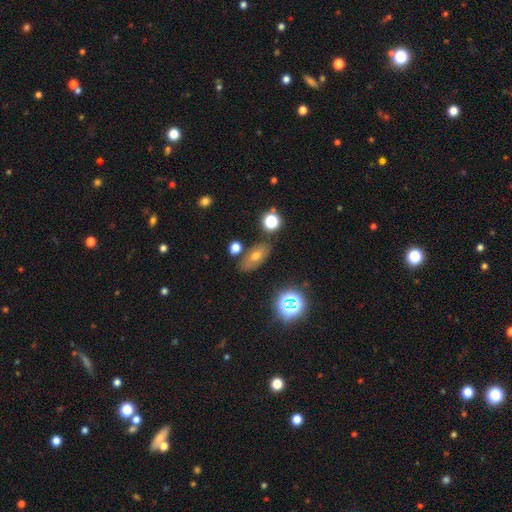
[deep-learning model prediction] Smooth or featured? smooth (59%)
How rounded? in between (80%)
Merging? none (77%)